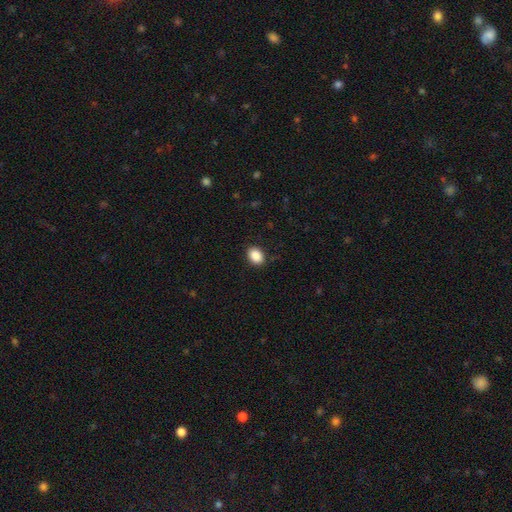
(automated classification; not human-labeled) This is clearly a smooth galaxy (89%). How rounded: likely in between (70%). Merging: clearly none (88%).